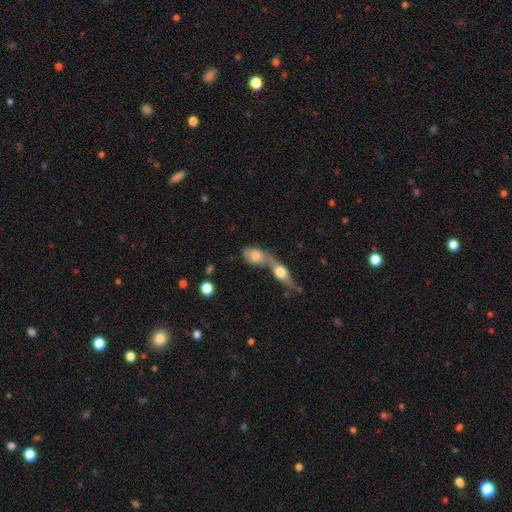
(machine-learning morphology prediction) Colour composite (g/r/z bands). It shows a smooth galaxy with no disk features (71%) that is in between round and cigar-shaped (80%). Merging: merger (71%).